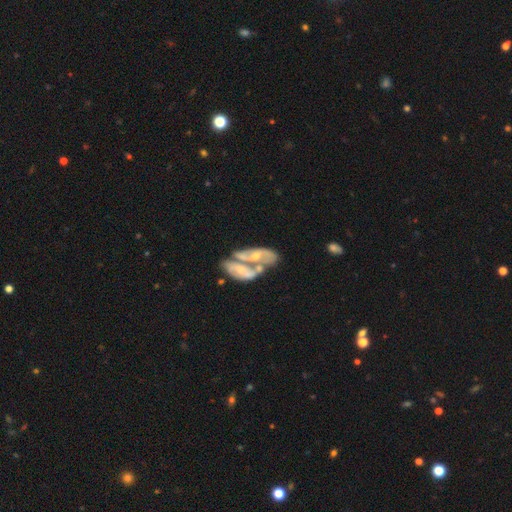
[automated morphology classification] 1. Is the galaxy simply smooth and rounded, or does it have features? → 65% featured or disk, 28% smooth, 7% star or artifact.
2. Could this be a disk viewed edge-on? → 94% no, 6% yes.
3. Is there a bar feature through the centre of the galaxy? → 72% no, 21% weak, 7% strong.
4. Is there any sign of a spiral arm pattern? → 55% yes, 45% no.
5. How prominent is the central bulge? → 52% small, 35% moderate, 9% none, 3% large, 1% dominant.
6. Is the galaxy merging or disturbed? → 73% merger, 11% none, 9% major disturbance, 7% minor disturbance.